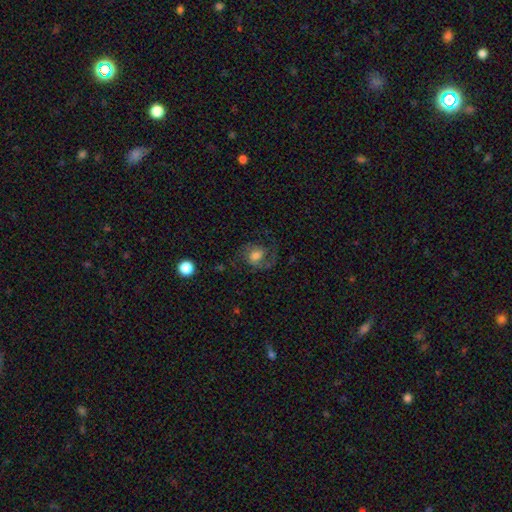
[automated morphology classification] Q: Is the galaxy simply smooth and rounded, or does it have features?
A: featured or disk — 66%.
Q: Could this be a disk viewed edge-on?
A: no — 97%.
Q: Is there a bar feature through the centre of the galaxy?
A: no — 53%.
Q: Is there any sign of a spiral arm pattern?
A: yes — 91%.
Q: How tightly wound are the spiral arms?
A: medium — 52%.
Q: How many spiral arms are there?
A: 2 — 82%.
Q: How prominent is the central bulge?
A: moderate — 53%.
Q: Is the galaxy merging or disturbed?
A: none — 65%.